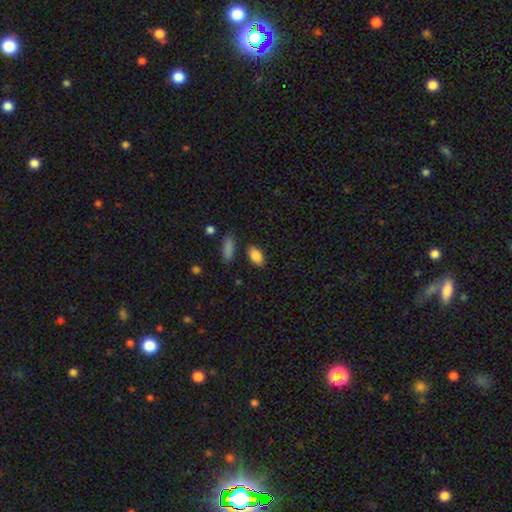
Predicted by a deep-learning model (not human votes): Smooth or featured?
  - smooth: 86% *
  - star or artifact: 7%
  - featured or disk: 7%
How rounded?
  - in between: 91% *
  - cigar-shaped: 5%
  - round: 4%
Merging?
  - none: 83% *
  - minor disturbance: 10%
  - merger: 4%
  - major disturbance: 3%